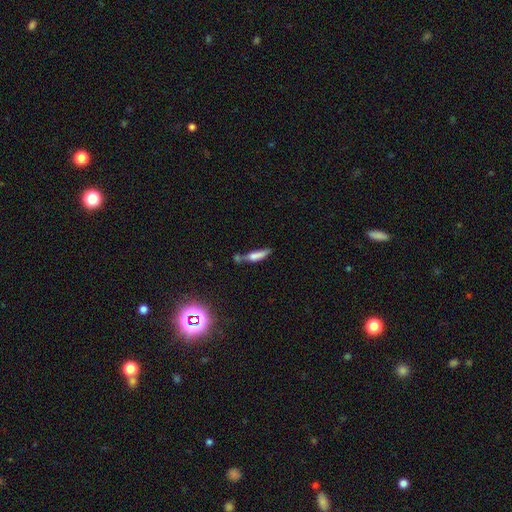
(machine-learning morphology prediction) Smooth or featured? Predicted: smooth (p=0.65). How rounded? Predicted: cigar-shaped (p=0.70). Merging? Predicted: none (p=0.36).